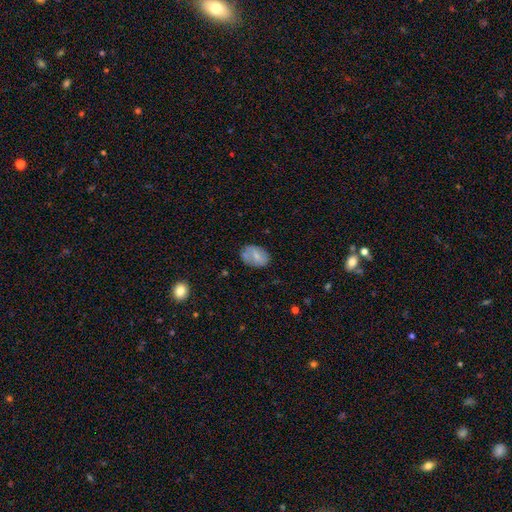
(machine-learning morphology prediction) Smooth or featured? smooth (66%)
How rounded? in between (82%)
Merging? none (75%)